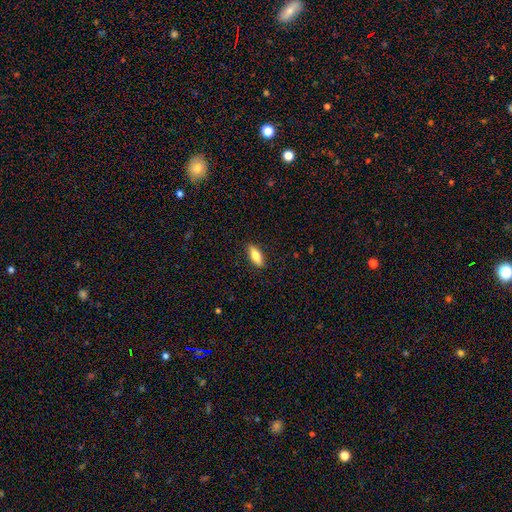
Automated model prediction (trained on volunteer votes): Smooth or featured? Predicted: smooth (p=0.78). How rounded? Predicted: in between (p=0.69). Merging? Predicted: none (p=0.88).